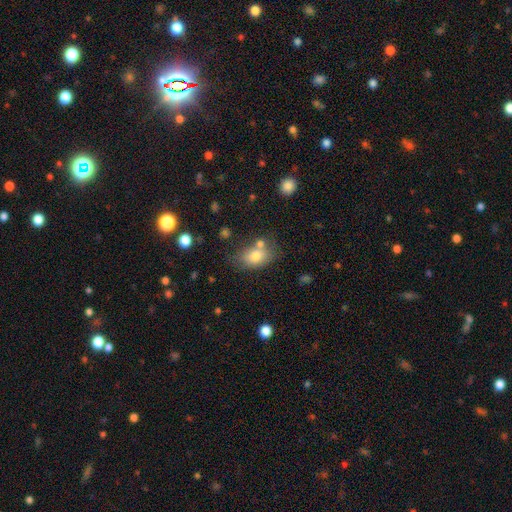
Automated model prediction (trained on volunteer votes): The model was most divided on "merging": none: 57%, merger: 19%, minor disturbance: 18%, major disturbance: 6%. More confident: how rounded — in between (82%); smooth or featured — smooth (78%).